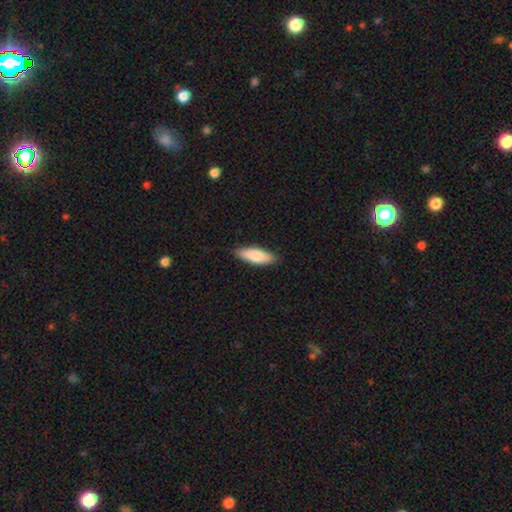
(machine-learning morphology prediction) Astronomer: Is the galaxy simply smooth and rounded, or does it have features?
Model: smooth — 82%.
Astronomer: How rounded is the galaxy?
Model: in between — 55% (runner-up: cigar-shaped, 43%).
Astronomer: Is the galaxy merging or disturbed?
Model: none — 86%.